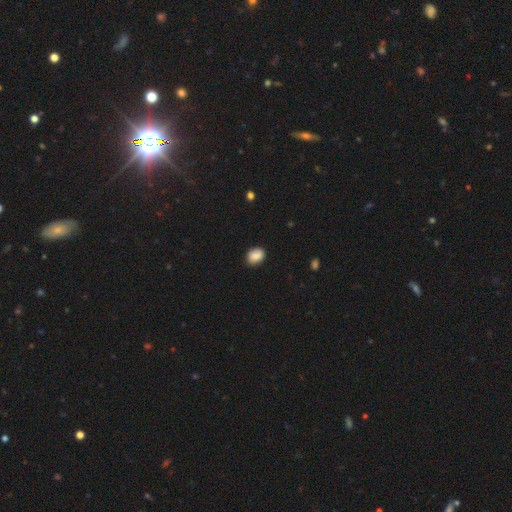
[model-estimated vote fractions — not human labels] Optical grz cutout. It shows a smooth galaxy with no disk features (86%) that is in between round and cigar-shaped (61%). Merging: none (84%).